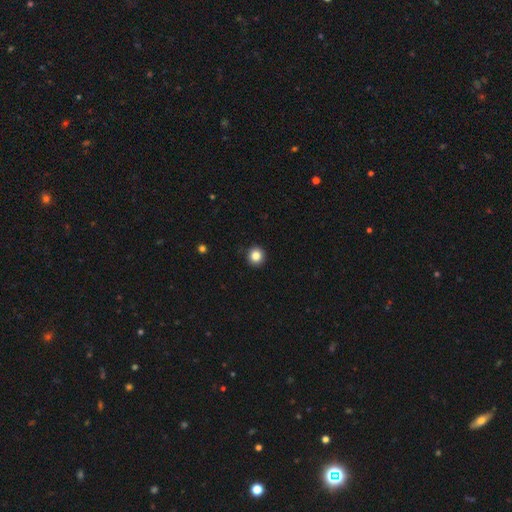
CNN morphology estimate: smooth_or_featured: smooth (p=0.85) [alt: star or artifact p=0.10]
how_rounded: round (p=0.93) [alt: in between p=0.06]
merging: none (p=0.92) [alt: minor disturbance p=0.05]